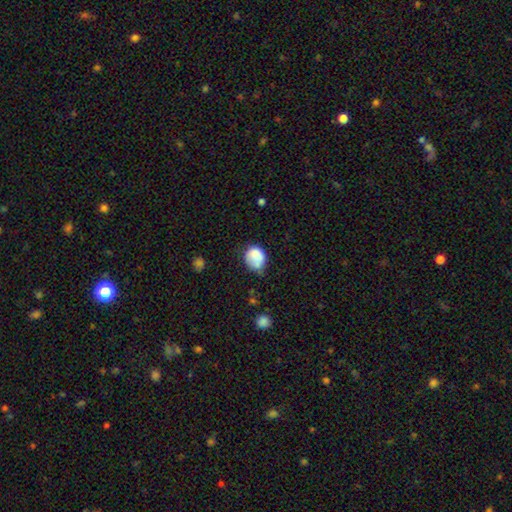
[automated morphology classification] This appears to be a smooth galaxy with no disk features (80%) that is round (60%). Merging: none (43%).